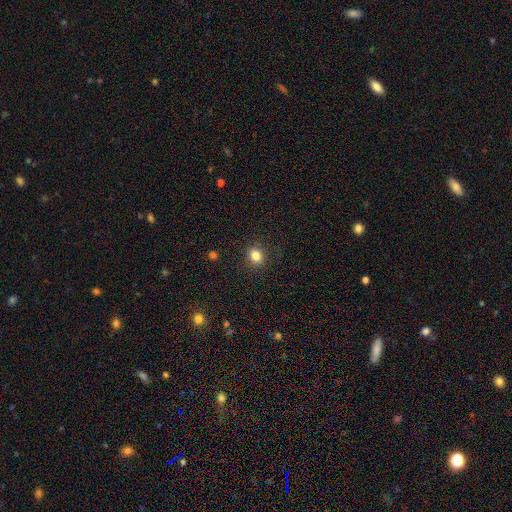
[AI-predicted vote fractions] Smooth or featured: smooth — 84% (star or artifact — 12%)
How rounded: round — 61% (in between — 38%)
Merging: none — 88% (minor disturbance — 8%)